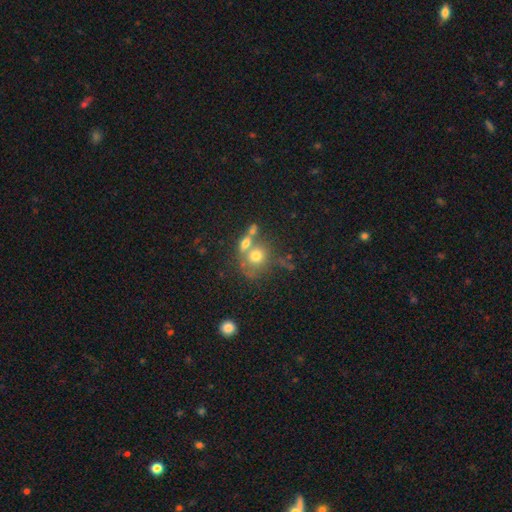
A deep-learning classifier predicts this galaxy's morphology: This is likely a smooth galaxy (66%). How rounded: likely round (76%). Merging: marginally merger (43%).